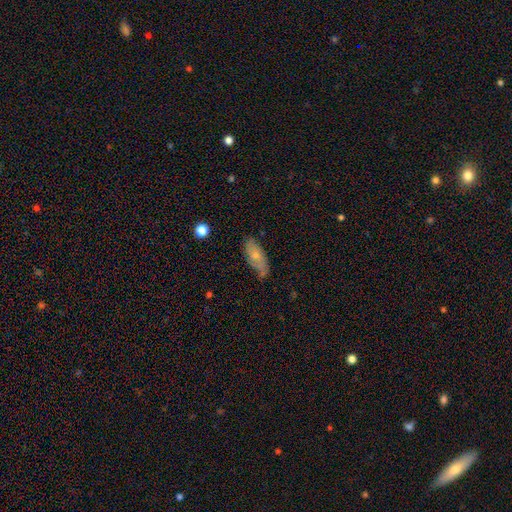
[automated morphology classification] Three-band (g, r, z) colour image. It shows a smooth galaxy with no disk features (57%) that is in between round and cigar-shaped (81%). Merging: none (66%).